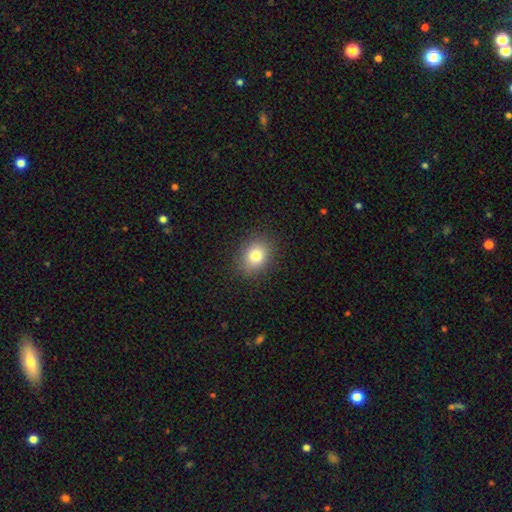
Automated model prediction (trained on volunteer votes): A smooth galaxy with no disk features (80%) that is round (50%).

Vote fractions:
- Smooth or featured? smooth: 80% / star or artifact: 11% / featured or disk: 9%
- How rounded? round: 50% / in between: 49% / cigar-shaped: 1%
- Merging? none: 87% / minor disturbance: 9% / major disturbance: 3% / merger: 1%